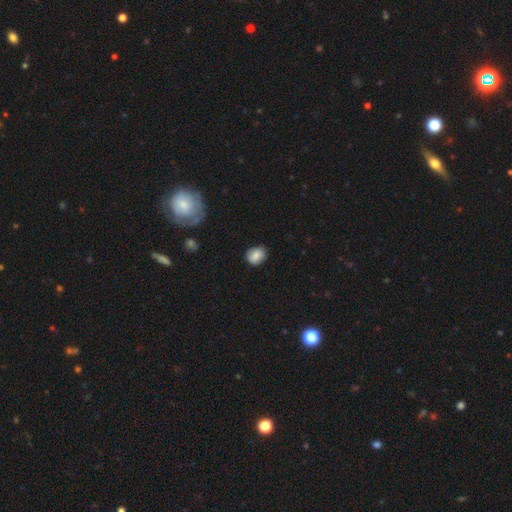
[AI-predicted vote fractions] smooth 83%, featured or disk 9%, star or artifact 8%. Down the decision tree: how rounded — round (54%); merging — none (78%).